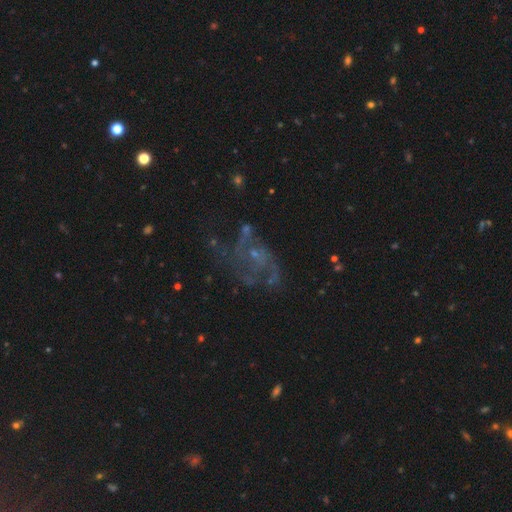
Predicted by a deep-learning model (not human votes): Smooth or featured?
  - featured or disk: 68% *
  - star or artifact: 18%
  - smooth: 14%
Edge-on disk?
  - no: 97% *
  - yes: 3%
Bar?
  - no: 77% *
  - weak: 19%
  - strong: 3%
Spiral arms?
  - yes: 70% *
  - no: 30%
Bulge size?
  - small: 62% *
  - none: 20%
  - moderate: 15%
  - large: 2%
  - dominant: 1%
Merging?
  - none: 45% *
  - major disturbance: 30%
  - minor disturbance: 18%
  - merger: 7%